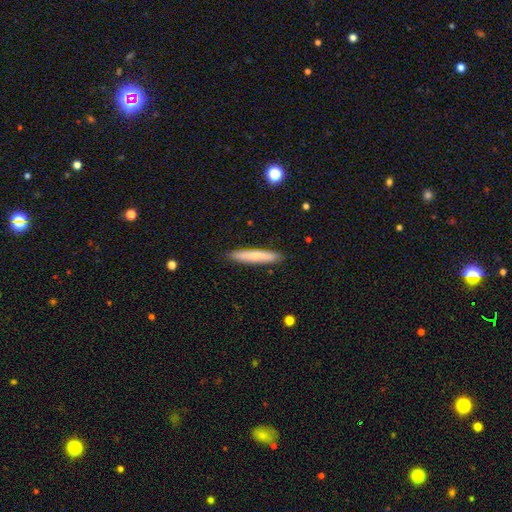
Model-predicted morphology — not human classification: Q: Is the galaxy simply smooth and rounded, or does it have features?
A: smooth — 70%.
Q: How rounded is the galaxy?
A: cigar-shaped — 91%.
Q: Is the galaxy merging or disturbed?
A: none — 89%.